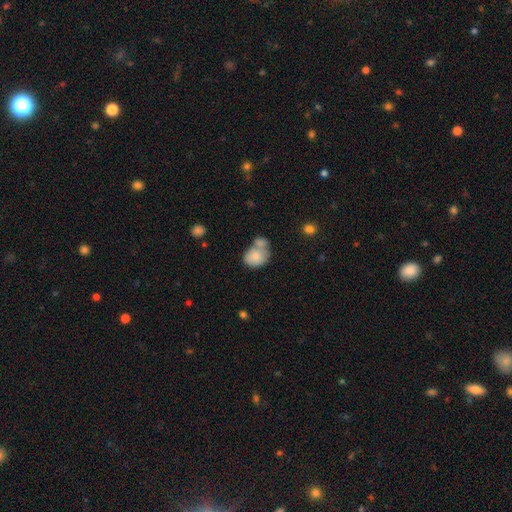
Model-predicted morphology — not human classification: This appears to be a smooth galaxy with no disk features (78%) that is in between round and cigar-shaped (53%). Merging: merger (50%).